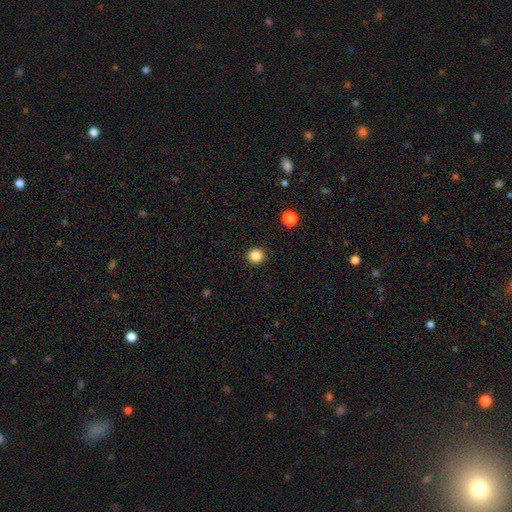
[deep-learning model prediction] This appears to be a smooth galaxy with no disk features (85%) that is round (94%). Merging: none (93%).